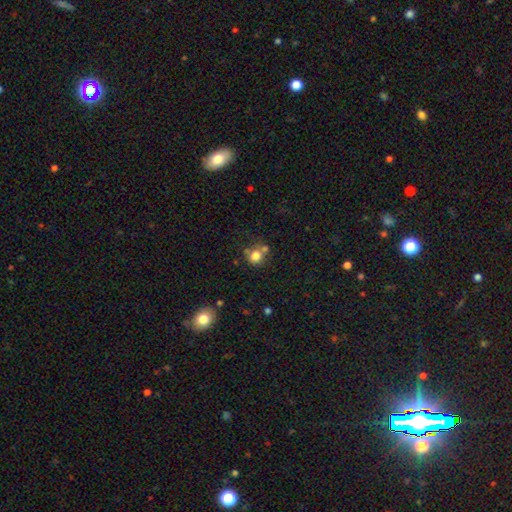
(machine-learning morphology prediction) smooth-or-featured: smooth: 78% | star or artifact: 12% | featured or disk: 10%
  how-rounded: round: 79% | in between: 20% | cigar-shaped: 1%
  merging: none: 53% | merger: 27% | minor disturbance: 14% | major disturbance: 6%